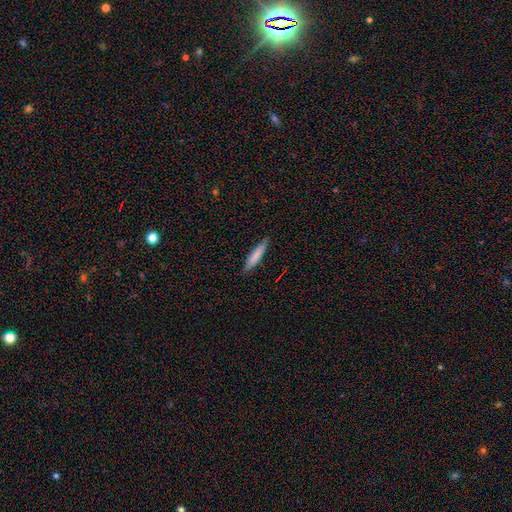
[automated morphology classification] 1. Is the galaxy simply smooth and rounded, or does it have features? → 77% smooth, 17% featured or disk, 6% star or artifact.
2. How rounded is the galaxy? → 87% cigar-shaped, 11% in between, 1% round.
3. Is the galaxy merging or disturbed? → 87% none, 10% minor disturbance, 2% major disturbance, 1% merger.